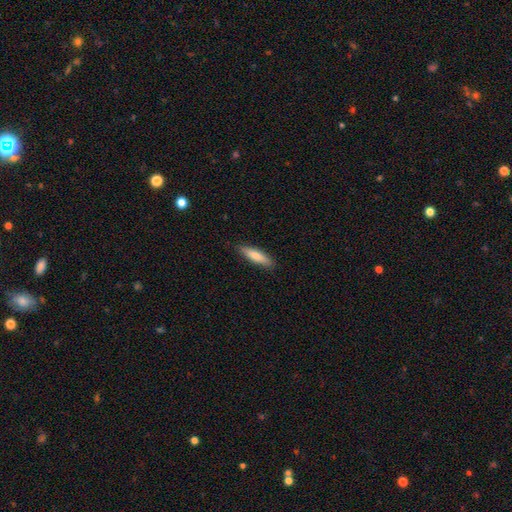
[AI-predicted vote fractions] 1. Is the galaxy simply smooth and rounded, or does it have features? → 78% smooth, 17% featured or disk, 6% star or artifact.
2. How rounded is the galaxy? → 72% cigar-shaped, 27% in between, 1% round.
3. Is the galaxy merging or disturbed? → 87% none, 10% minor disturbance, 2% major disturbance, 1% merger.